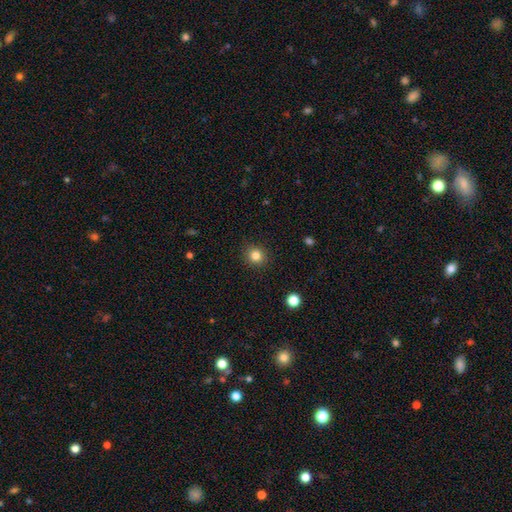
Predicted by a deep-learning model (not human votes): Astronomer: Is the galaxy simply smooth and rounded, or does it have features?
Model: smooth — 83%.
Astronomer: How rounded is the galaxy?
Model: round — 89%.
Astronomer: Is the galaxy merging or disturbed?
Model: none — 91%.